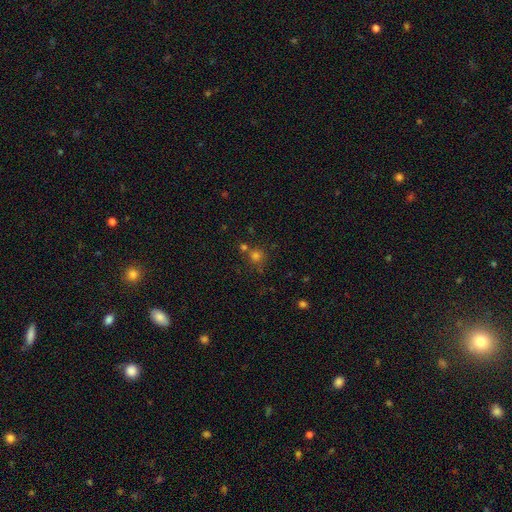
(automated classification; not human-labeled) smooth 71%, star or artifact 21%, featured or disk 8%. Down the decision tree: how rounded — round (90%); merging — none (64%).